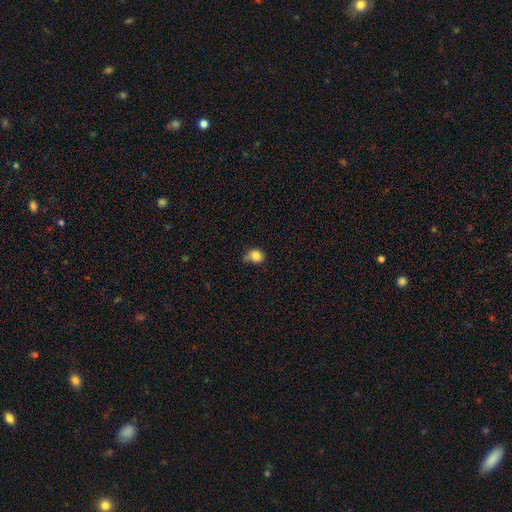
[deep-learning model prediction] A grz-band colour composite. It shows a smooth galaxy with no disk features (83%) that is round (56%). Merging: none (43%).